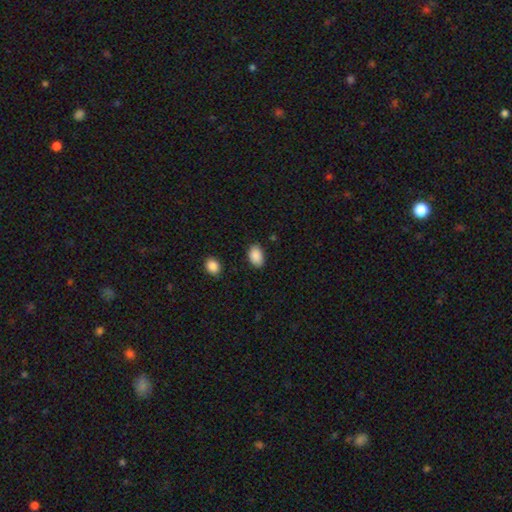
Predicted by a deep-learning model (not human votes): Smooth or featured: smooth — 90% (star or artifact — 7%)
How rounded: in between — 89% (round — 10%)
Merging: none — 81% (minor disturbance — 14%)